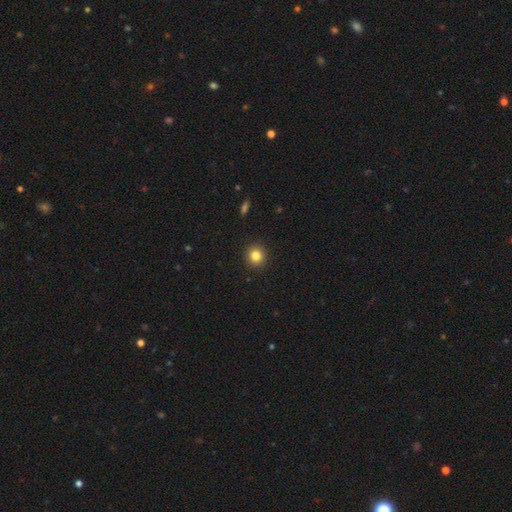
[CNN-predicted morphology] Smooth or featured: smooth — 83% (star or artifact — 11%)
How rounded: round — 92% (in between — 7%)
Merging: none — 92% (minor disturbance — 5%)